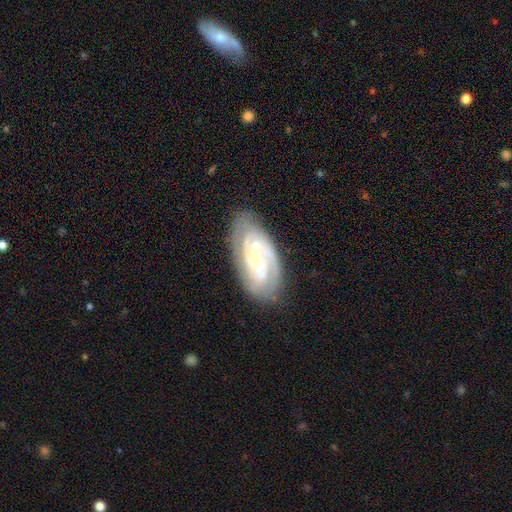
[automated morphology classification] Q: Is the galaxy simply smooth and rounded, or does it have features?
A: featured or disk — 84%.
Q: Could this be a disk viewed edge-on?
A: no — 95%.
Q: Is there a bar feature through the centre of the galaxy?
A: no — 63%.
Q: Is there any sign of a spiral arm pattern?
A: yes — 95%.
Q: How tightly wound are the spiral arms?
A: tight — 66%.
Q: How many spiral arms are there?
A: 2 — 41%.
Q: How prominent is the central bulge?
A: small — 71%.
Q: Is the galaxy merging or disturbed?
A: none — 76%.